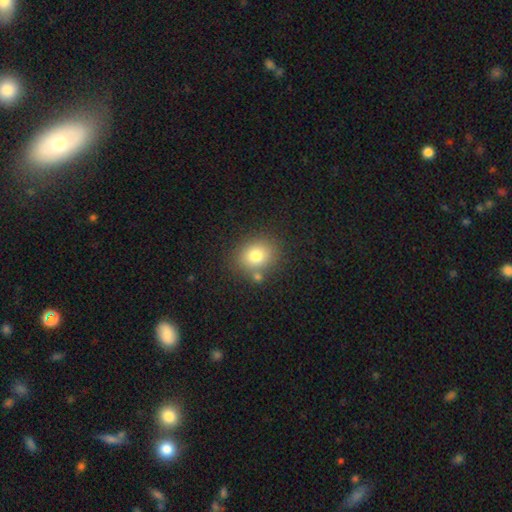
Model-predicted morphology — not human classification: This appears to be a smooth galaxy with no disk features (78%) that is round (66%). Merging: none (75%).